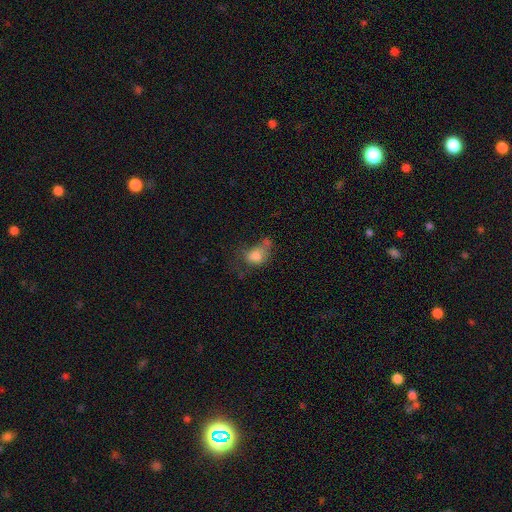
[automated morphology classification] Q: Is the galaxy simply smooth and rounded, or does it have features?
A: smooth — 73%.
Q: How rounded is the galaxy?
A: in between — 67%.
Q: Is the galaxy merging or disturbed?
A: major disturbance — 32%.